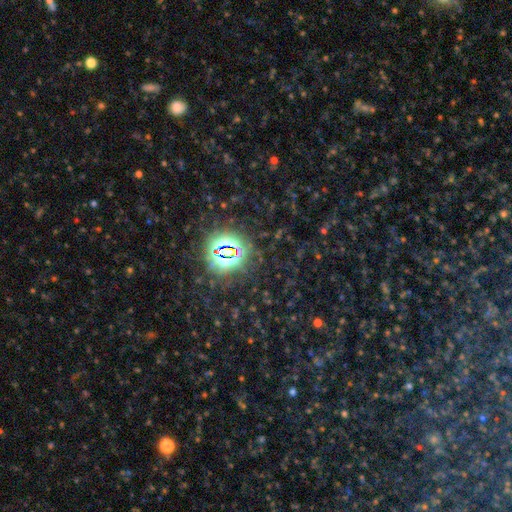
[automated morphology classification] Smooth or featured? Predicted: star or artifact (p=0.81).